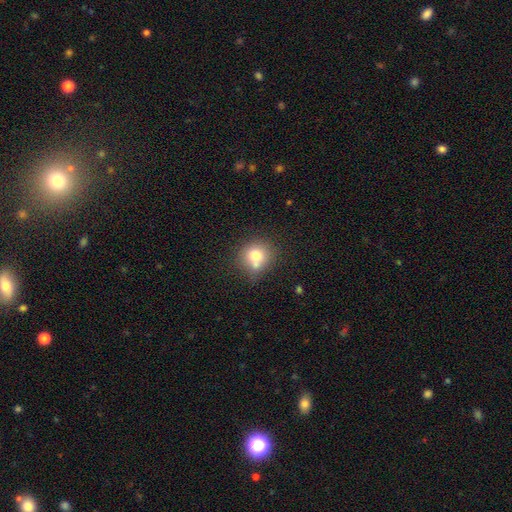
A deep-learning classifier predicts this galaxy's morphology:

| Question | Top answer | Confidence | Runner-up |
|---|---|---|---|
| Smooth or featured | smooth | 73% | featured or disk (16%) |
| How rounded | round | 82% | in between (17%) |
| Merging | none | 53% | merger (26%) |